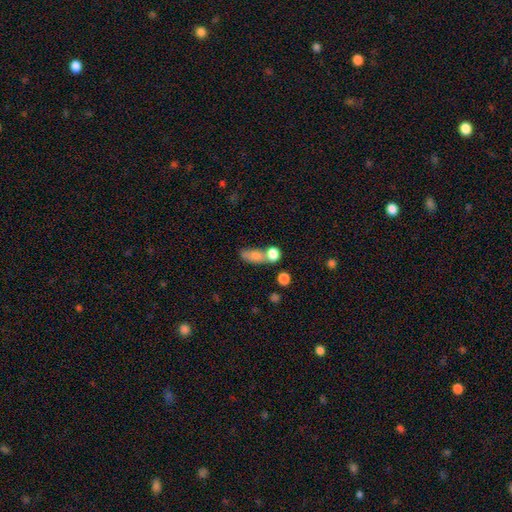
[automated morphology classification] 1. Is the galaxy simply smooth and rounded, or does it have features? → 77% smooth, 13% featured or disk, 11% star or artifact.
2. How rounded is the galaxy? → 69% in between, 19% round, 12% cigar-shaped.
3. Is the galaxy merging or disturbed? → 43% merger, 34% none, 13% minor disturbance, 9% major disturbance.